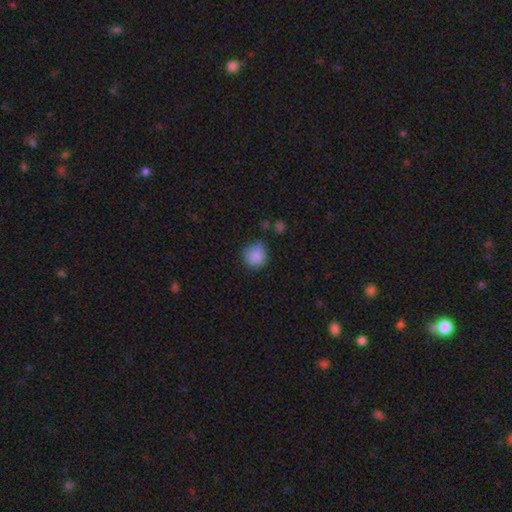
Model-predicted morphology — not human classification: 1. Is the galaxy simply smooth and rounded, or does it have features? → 85% smooth, 9% star or artifact, 7% featured or disk.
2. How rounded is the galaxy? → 84% round, 15% in between, 1% cigar-shaped.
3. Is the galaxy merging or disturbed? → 67% none, 24% minor disturbance, 5% major disturbance, 3% merger.